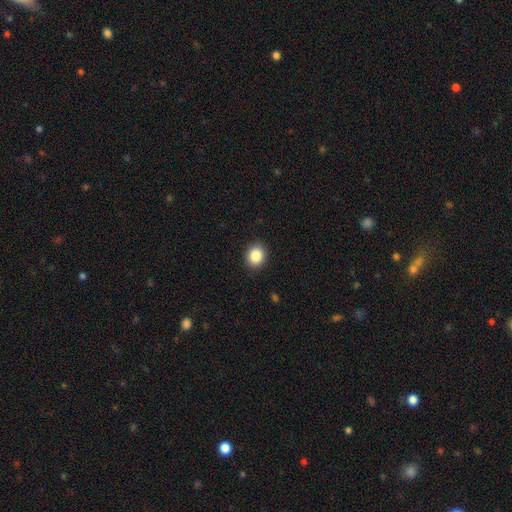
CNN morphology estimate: The model was most divided on "how rounded": round: 61%, in between: 38%, cigar-shaped: 1%. More confident: merging — none (90%); smooth or featured — smooth (87%).